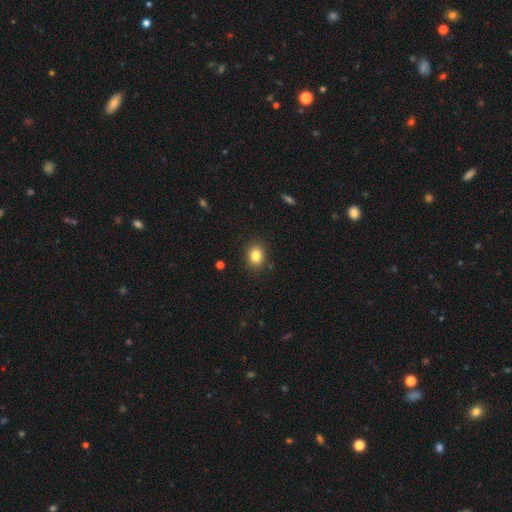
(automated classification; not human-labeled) smooth-or-featured: smooth: 83% | star or artifact: 11% | featured or disk: 6%
  how-rounded: round: 65% | in between: 34% | cigar-shaped: 1%
  merging: none: 89% | minor disturbance: 8% | major disturbance: 2% | merger: 1%